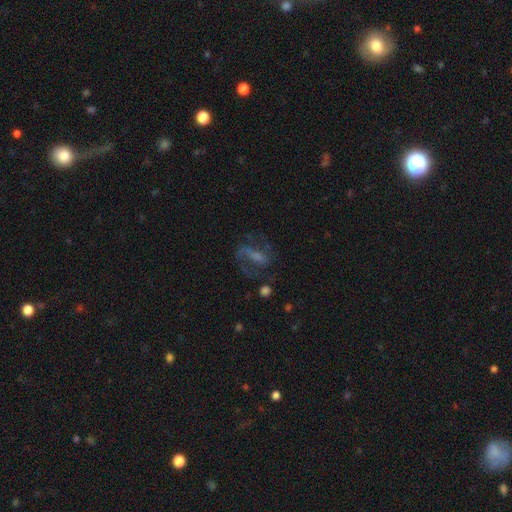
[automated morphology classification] Smooth or featured? featured or disk (65%)
Edge-on disk? no (94%)
Bar? weak (39%)
Spiral arms? yes (82%)
Bulge size? none (33%)
Merging? none (55%)